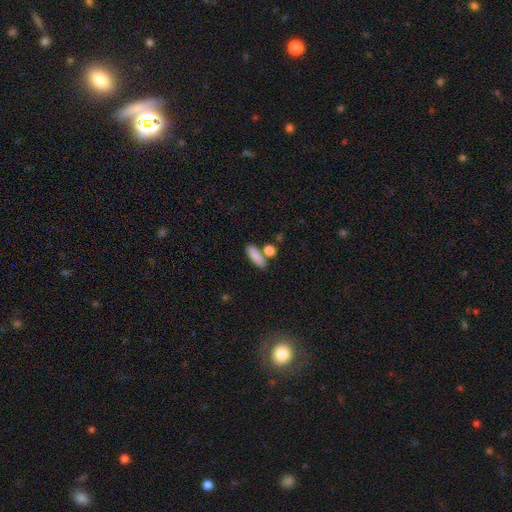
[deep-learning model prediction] Smooth or featured? Predicted: smooth (p=0.85). How rounded? Predicted: in between (p=0.57). Merging? Predicted: none (p=0.66).